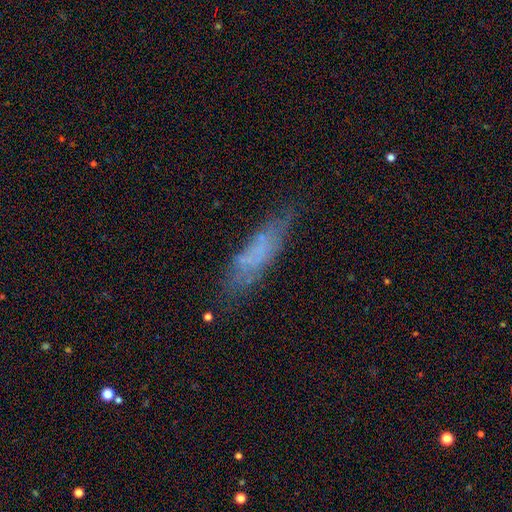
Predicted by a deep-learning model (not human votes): A smooth galaxy with no disk features (52%) that is cigar-shaped (72%). Merging: none (69%).